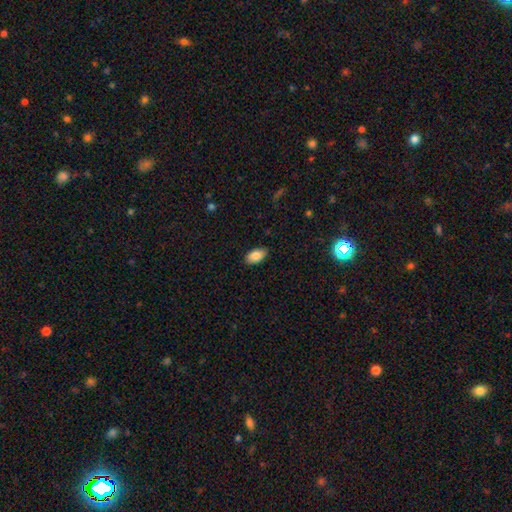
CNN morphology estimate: smooth 84%, featured or disk 8%, star or artifact 7%. Down the decision tree: how rounded — in between (94%); merging — none (87%).